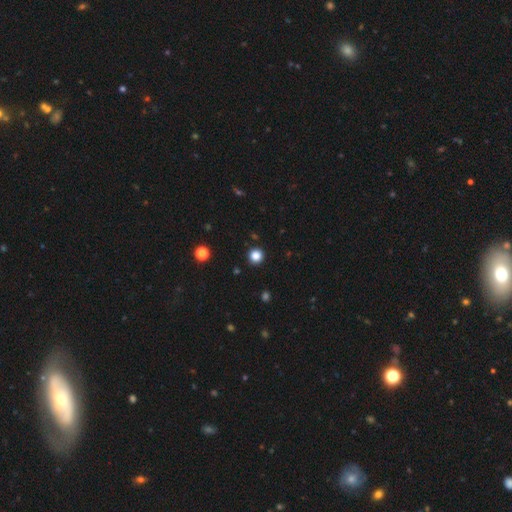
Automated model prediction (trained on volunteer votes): Smooth or featured?
  - smooth: 85% *
  - star or artifact: 12%
  - featured or disk: 3%
How rounded?
  - round: 95% *
  - in between: 4%
  - cigar-shaped: 1%
Merging?
  - none: 93% *
  - minor disturbance: 4%
  - major disturbance: 2%
  - merger: 1%